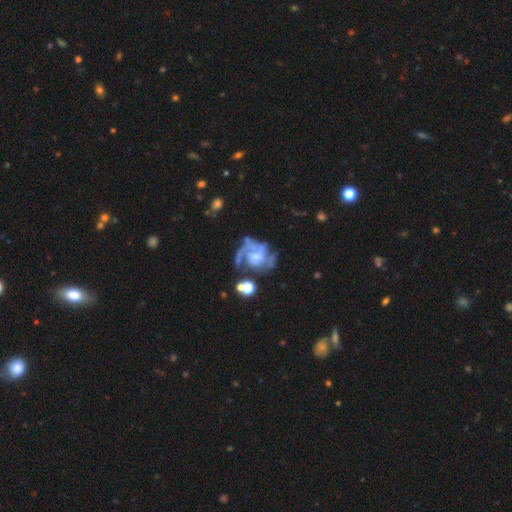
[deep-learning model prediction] This appears to be a featured or disk galaxy (79%) with no bar (61%), 2 (32%) medium (43%) spiral arms (85%) and a small central bulge (41%). Merging: none (39%).